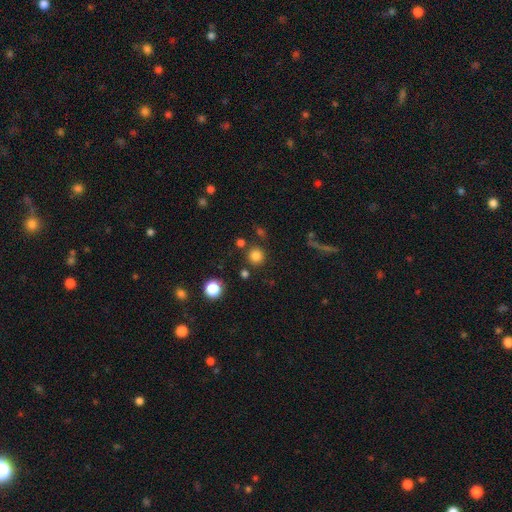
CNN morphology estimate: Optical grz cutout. It shows a smooth galaxy with no disk features (80%) that is round (94%). Merging: none (84%).